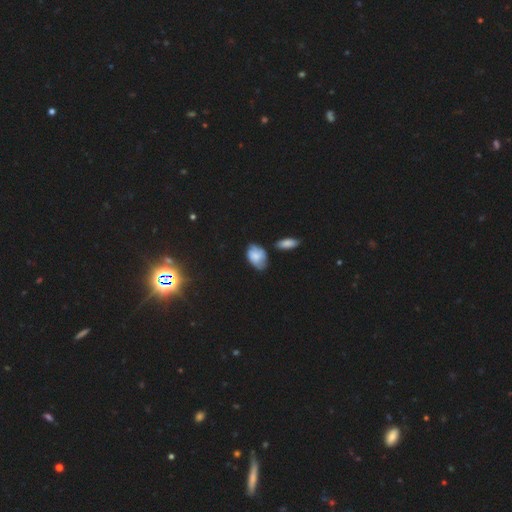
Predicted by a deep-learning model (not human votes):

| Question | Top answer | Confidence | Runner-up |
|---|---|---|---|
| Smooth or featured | smooth | 68% | featured or disk (22%) |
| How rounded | in between | 86% | round (12%) |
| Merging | none | 45% | minor disturbance (36%) |